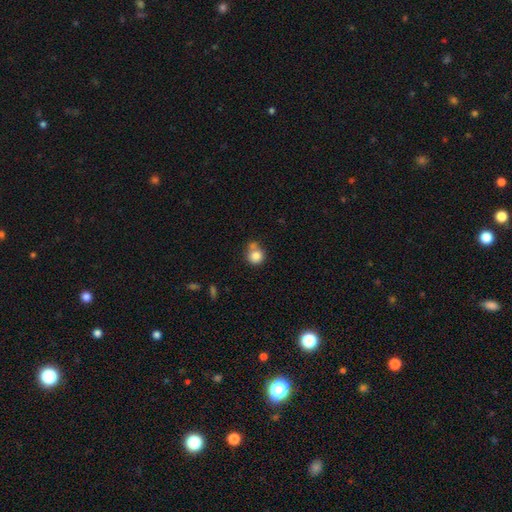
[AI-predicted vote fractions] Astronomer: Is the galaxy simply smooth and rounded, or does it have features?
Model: smooth — 83%.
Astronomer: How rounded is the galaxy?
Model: round — 88%.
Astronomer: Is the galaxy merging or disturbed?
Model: none — 51% (runner-up: merger, 27%).